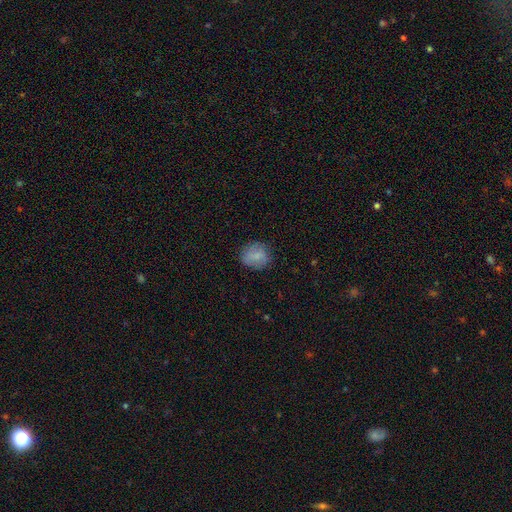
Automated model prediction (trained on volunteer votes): A smooth galaxy with no disk features (79%) that is round (70%). Merging: none (76%).